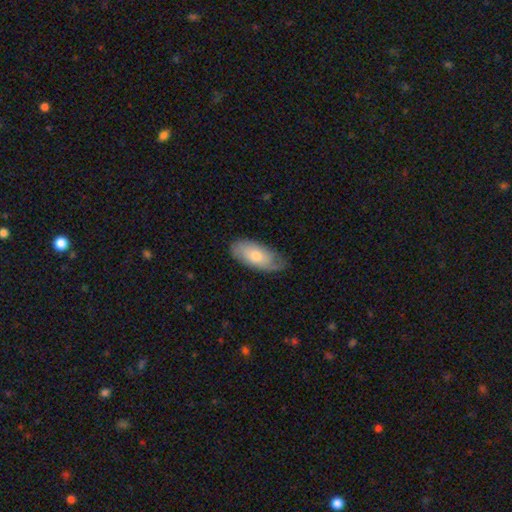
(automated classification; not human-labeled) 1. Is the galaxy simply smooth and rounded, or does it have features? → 59% smooth, 35% featured or disk, 6% star or artifact.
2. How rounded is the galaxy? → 90% in between, 8% cigar-shaped, 3% round.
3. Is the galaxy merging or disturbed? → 69% none, 24% minor disturbance, 6% major disturbance, 1% merger.